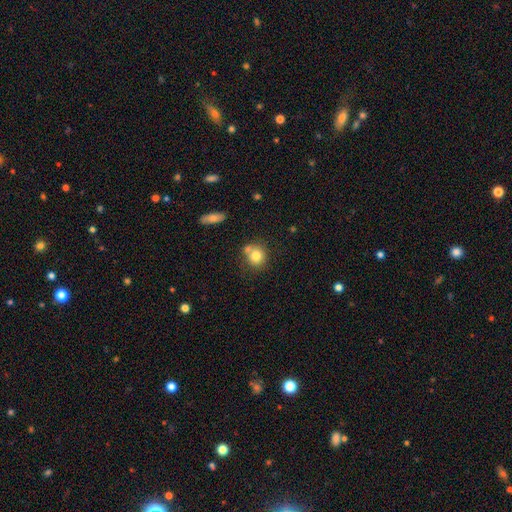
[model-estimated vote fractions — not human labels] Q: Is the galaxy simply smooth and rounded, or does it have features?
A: smooth — 78%.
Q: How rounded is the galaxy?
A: round — 82%.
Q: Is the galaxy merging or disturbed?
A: none — 56%.